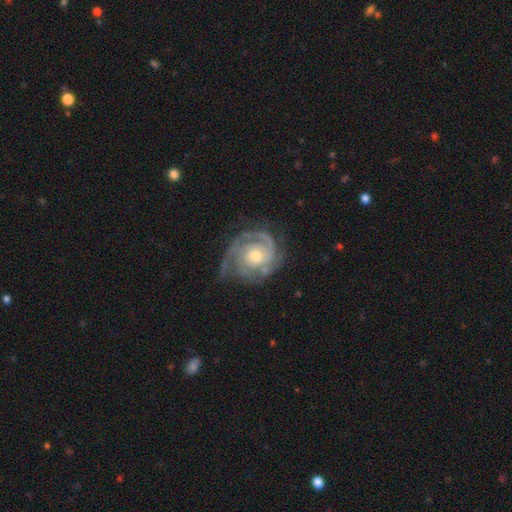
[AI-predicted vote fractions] Smooth or featured?
  - featured or disk: 91% *
  - smooth: 5%
  - star or artifact: 4%
Edge-on disk?
  - no: 98% *
  - yes: 2%
Bar?
  - no: 76% *
  - weak: 19%
  - strong: 5%
Spiral arms?
  - yes: 98% *
  - no: 2%
Spiral winding?
  - tight: 73% *
  - medium: 23%
  - loose: 4%
Spiral arm count?
  - 3: 36% *
  - 2: 32%
  - can't tell: 15%
  - 4: 8%
  - 1: 6%
  - more than 4: 5%
Bulge size?
  - moderate: 62% *
  - small: 31%
  - large: 5%
  - none: 1%
  - dominant: 1%
Merging?
  - none: 70% *
  - minor disturbance: 20%
  - major disturbance: 9%
  - merger: 2%